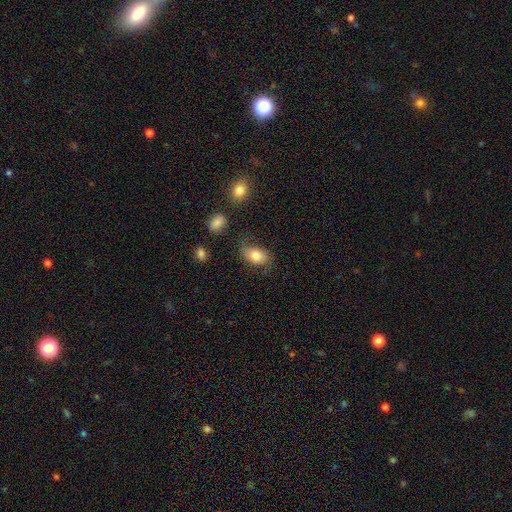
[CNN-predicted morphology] Overall: smooth (73%). How rounded: in between (87%). Merging: none (66%).